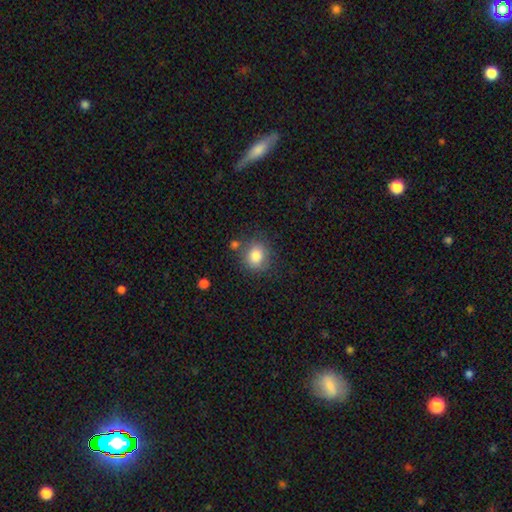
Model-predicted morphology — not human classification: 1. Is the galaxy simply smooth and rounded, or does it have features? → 83% smooth, 9% star or artifact, 7% featured or disk.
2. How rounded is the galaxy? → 76% round, 23% in between, 1% cigar-shaped.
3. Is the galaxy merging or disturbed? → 72% none, 16% minor disturbance, 7% merger, 5% major disturbance.